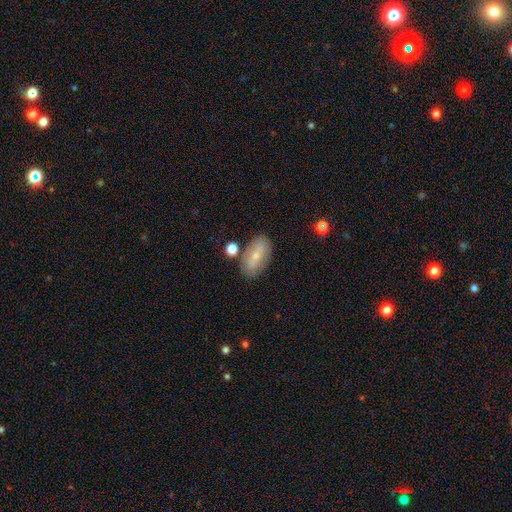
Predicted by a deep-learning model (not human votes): A smooth galaxy with no disk features (60%) that is in between round and cigar-shaped (90%). Merging: none (78%).